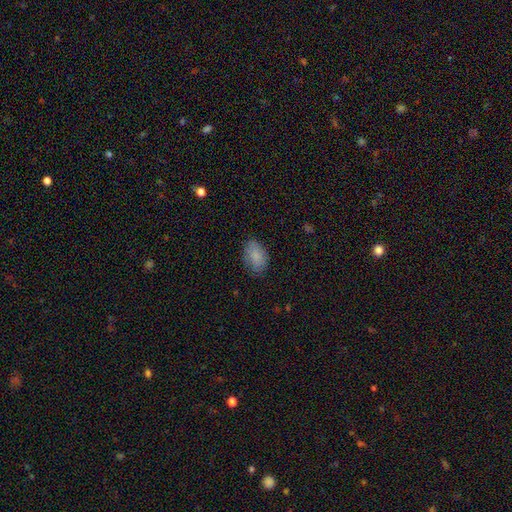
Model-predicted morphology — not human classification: Smooth or featured? smooth (85%)
How rounded? in between (89%)
Merging? none (77%)